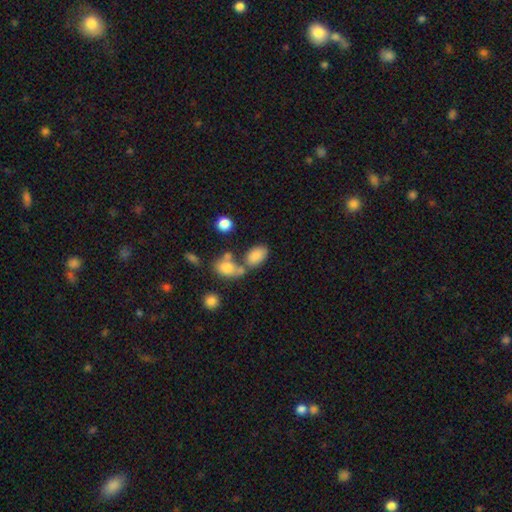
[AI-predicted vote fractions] This is clearly a smooth galaxy (81%). How rounded: clearly in between (90%). Merging: possibly none (50%).